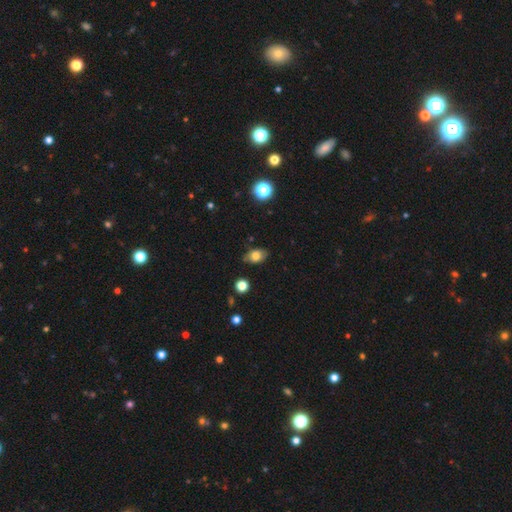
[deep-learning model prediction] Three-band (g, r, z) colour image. It shows a smooth galaxy with no disk features (77%) that is in between round and cigar-shaped (83%). Merging: none (80%).